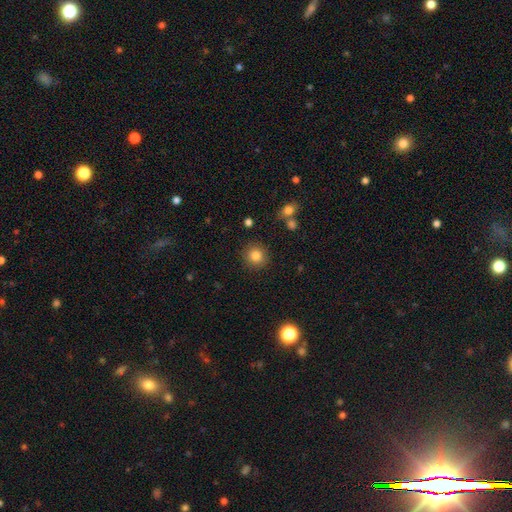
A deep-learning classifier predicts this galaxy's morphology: A smooth galaxy with no disk features (83%) that is round (91%). Merging: none (89%).